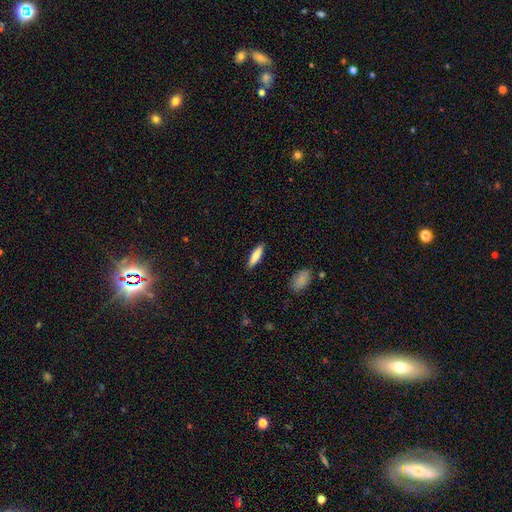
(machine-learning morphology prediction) Smooth or featured?
  - smooth: 80% *
  - featured or disk: 14%
  - star or artifact: 6%
How rounded?
  - cigar-shaped: 66% *
  - in between: 32%
  - round: 2%
Merging?
  - none: 88% *
  - minor disturbance: 9%
  - major disturbance: 2%
  - merger: 1%